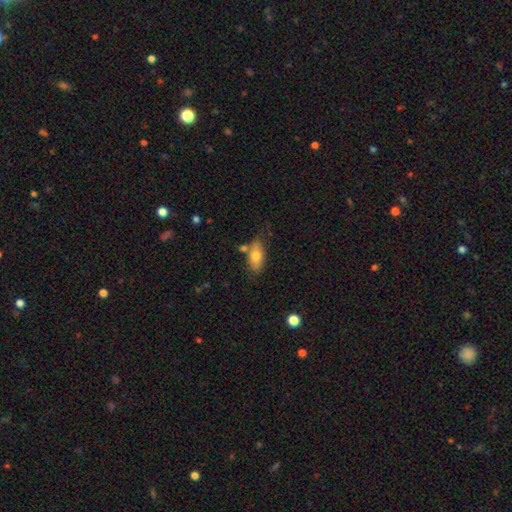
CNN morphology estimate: Smooth or featured: smooth — 73% (featured or disk — 20%)
How rounded: in between — 87% (cigar-shaped — 9%)
Merging: none — 64% (minor disturbance — 20%)